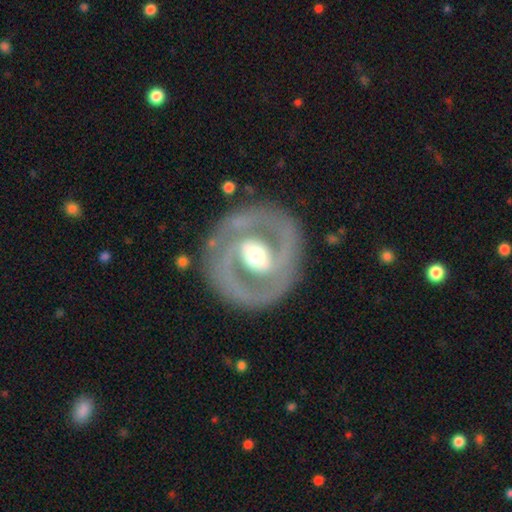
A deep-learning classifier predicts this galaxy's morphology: smooth-or-featured: featured or disk: 82% | smooth: 13% | star or artifact: 5%
  disk-edge-on: no: 96% | yes: 4%
    bar: weak: 36% | no: 34% | strong: 30%
    has-spiral-arms: yes: 67% | no: 33%
      spiral-winding: tight: 47% | medium: 40% | loose: 13%
      spiral-arm-count: 2: 83% | can't tell: 8% | 1: 3% | 3: 2% | 4: 1% | more than 4: 1%
    bulge-size: moderate: 66% | large: 22% | small: 9% | dominant: 2% | none: 1%
  merging: none: 82% | minor disturbance: 10% | major disturbance: 6% | merger: 2%